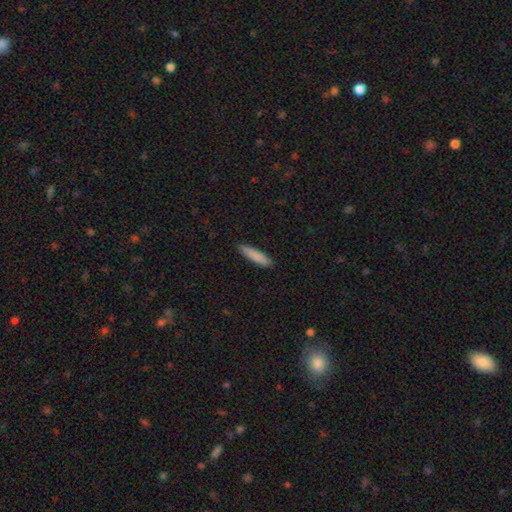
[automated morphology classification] smooth-or-featured: smooth: 86% | featured or disk: 8% | star or artifact: 6%
  how-rounded: cigar-shaped: 83% | in between: 16% | round: 1%
  merging: none: 88% | minor disturbance: 9% | major disturbance: 2% | merger: 1%